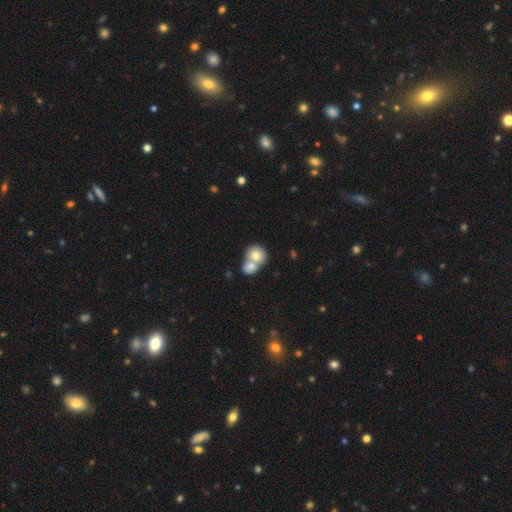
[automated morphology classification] Smooth or featured?
  - smooth: 74% *
  - featured or disk: 18%
  - star or artifact: 8%
How rounded?
  - round: 75% *
  - in between: 24%
  - cigar-shaped: 1%
Merging?
  - merger: 67% *
  - none: 25%
  - minor disturbance: 6%
  - major disturbance: 2%